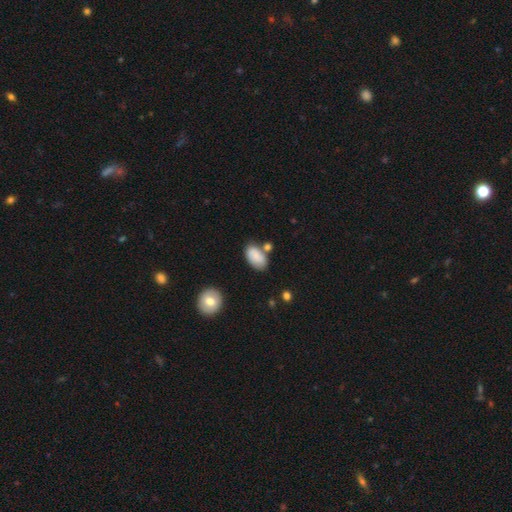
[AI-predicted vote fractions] Smooth or featured? Predicted: smooth (p=0.84). How rounded? Predicted: in between (p=0.94). Merging? Predicted: none (p=0.61).